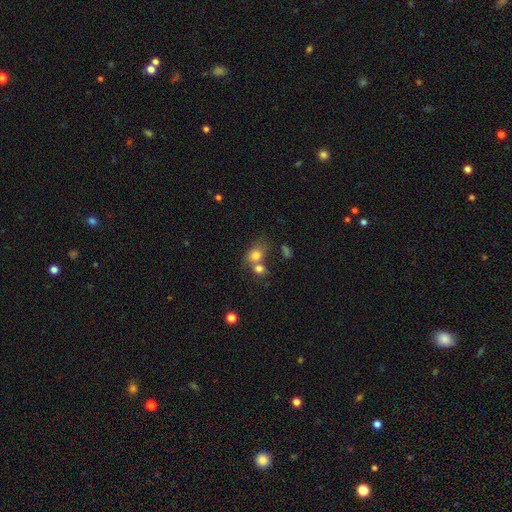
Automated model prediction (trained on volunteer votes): Smooth or featured? smooth (78%)
How rounded? round (49%, tied with in between)
Merging? merger (47%)